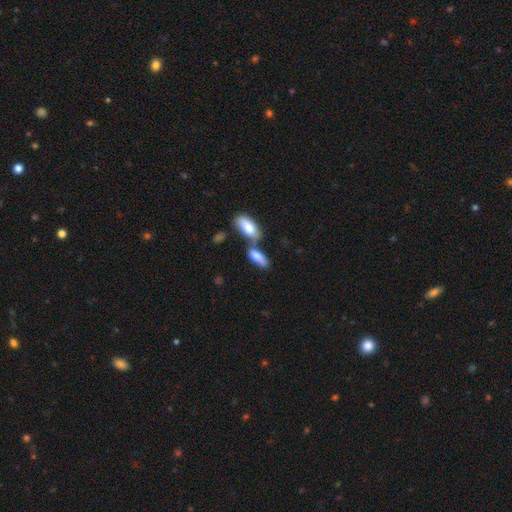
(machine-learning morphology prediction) Smooth or featured?
  - smooth: 74% *
  - featured or disk: 19%
  - star or artifact: 7%
How rounded?
  - in between: 78% *
  - cigar-shaped: 19%
  - round: 4%
Merging?
  - merger: 51% *
  - none: 32%
  - minor disturbance: 11%
  - major disturbance: 5%